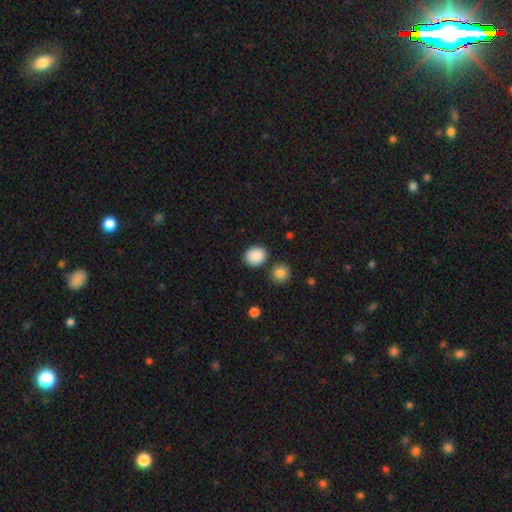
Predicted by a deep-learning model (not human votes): A smooth galaxy with no disk features (89%) that is round (61%).

Vote fractions:
- Smooth or featured? smooth: 89% / star or artifact: 8% / featured or disk: 3%
- How rounded? round: 61% / in between: 38% / cigar-shaped: 1%
- Merging? none: 81% / minor disturbance: 10% / merger: 7% / major disturbance: 3%